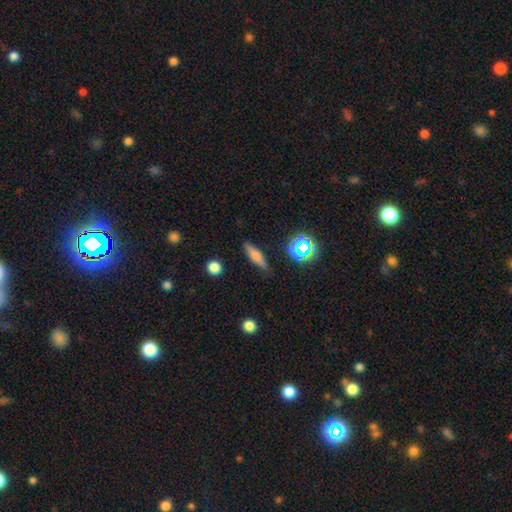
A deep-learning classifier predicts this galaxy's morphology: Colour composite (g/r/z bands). It shows a smooth galaxy with no disk features (63%) that is cigar-shaped (70%). Merging: none (84%).